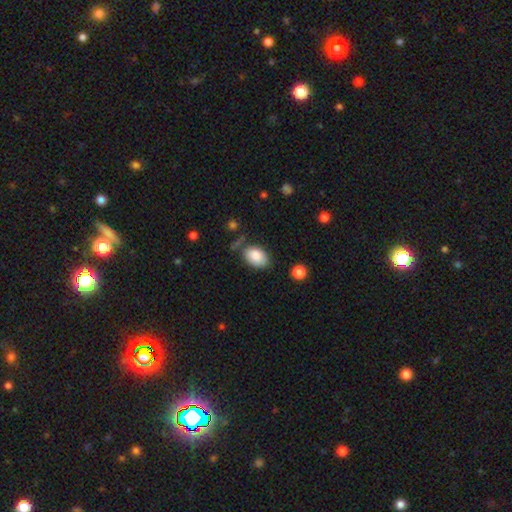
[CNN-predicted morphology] A smooth galaxy with no disk features (87%) that is in between round and cigar-shaped (89%).

Vote fractions:
- Smooth or featured? smooth: 87% / star or artifact: 7% / featured or disk: 6%
- How rounded? in between: 89% / round: 10% / cigar-shaped: 1%
- Merging? none: 69% / minor disturbance: 20% / major disturbance: 6% / merger: 5%